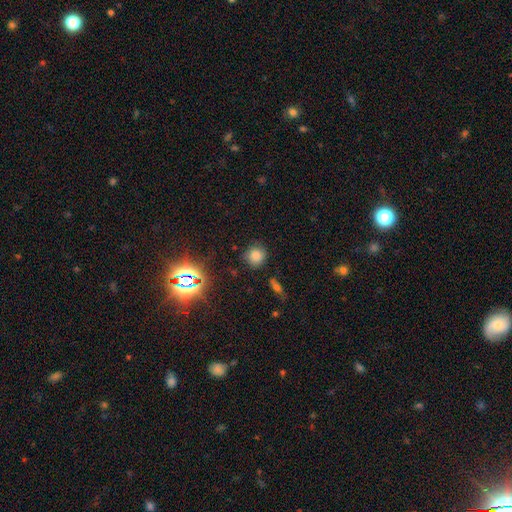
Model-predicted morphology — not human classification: Smooth or featured? smooth (76%)
How rounded? round (88%)
Merging? none (80%)